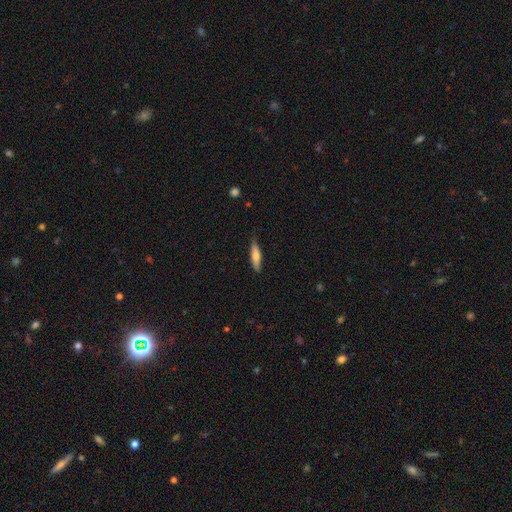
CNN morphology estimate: The model was most divided on "smooth or featured": smooth: 68%, featured or disk: 27%, star or artifact: 6%. More confident: merging — none (80%); how rounded — cigar-shaped (76%).